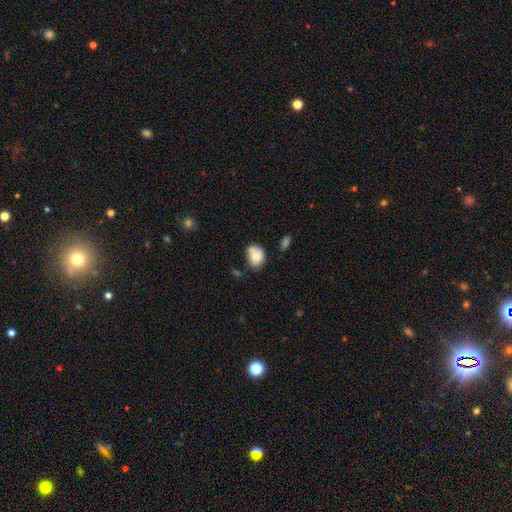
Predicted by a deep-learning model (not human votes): Q: Smooth or featured?
A: smooth (76%); runner-up: featured or disk (16%)
Q: How rounded?
A: in between (55%); runner-up: round (44%)
Q: Merging?
A: none (43%); runner-up: merger (28%)